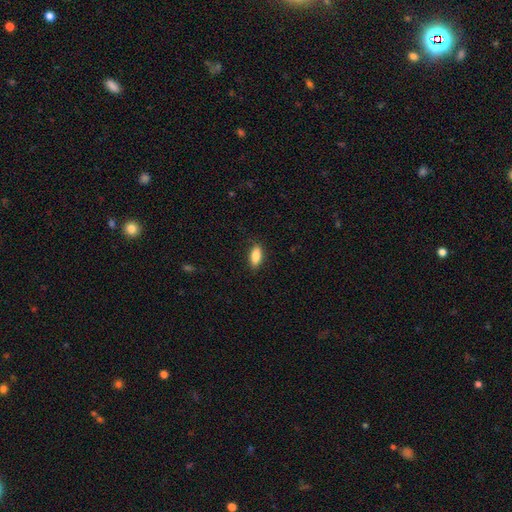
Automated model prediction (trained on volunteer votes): A smooth galaxy with no disk features (84%) that is in between round and cigar-shaped (83%).

Vote fractions:
- Smooth or featured? smooth: 84% / featured or disk: 10% / star or artifact: 7%
- How rounded? in between: 83% / cigar-shaped: 15% / round: 3%
- Merging? none: 86% / minor disturbance: 11% / major disturbance: 2% / merger: 1%